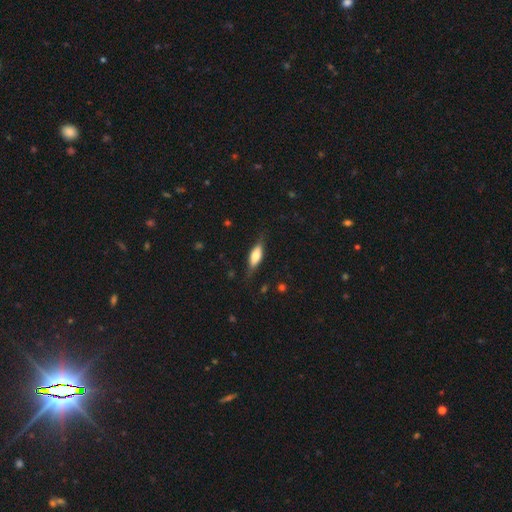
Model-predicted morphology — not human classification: A smooth galaxy with no disk features (60%) that is in between round and cigar-shaped (64%). Merging: none (74%).